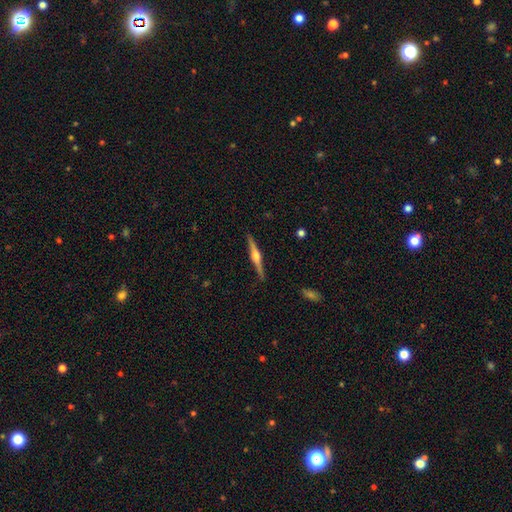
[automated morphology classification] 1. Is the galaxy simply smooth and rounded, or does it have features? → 79% featured or disk, 16% smooth, 5% star or artifact.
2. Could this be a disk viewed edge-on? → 99% yes, 1% no.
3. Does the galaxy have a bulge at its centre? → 90% rounded, 8% boxy, 3% none.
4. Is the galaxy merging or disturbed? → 91% none, 7% minor disturbance, 1% major disturbance, 1% merger.